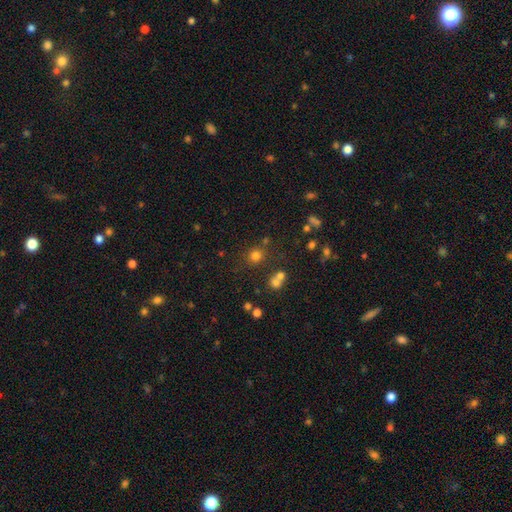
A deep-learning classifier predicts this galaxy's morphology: Smooth or featured: smooth — 74% (star or artifact — 19%)
How rounded: round — 88% (in between — 11%)
Merging: none — 75% (merger — 12%)